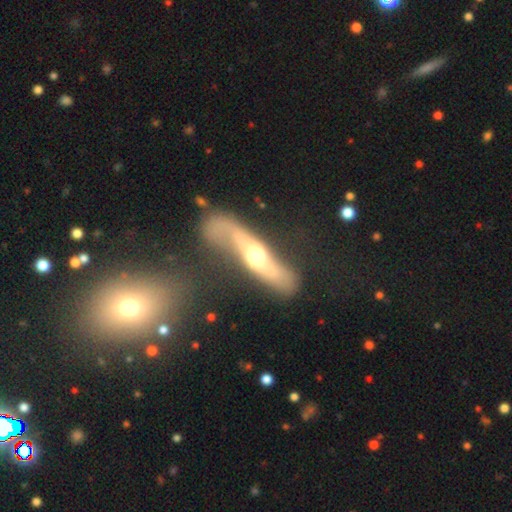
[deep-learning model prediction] A featured or disk galaxy (67%). Merging: none (47%).